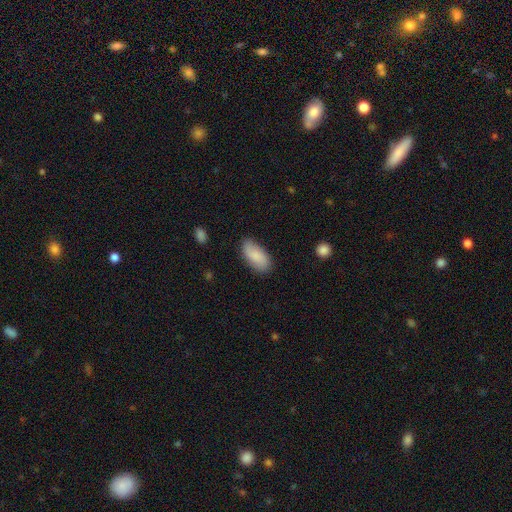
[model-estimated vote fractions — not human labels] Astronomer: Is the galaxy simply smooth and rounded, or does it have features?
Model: smooth — 81%.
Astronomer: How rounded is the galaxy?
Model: in between — 92%.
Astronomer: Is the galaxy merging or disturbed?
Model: none — 80%.